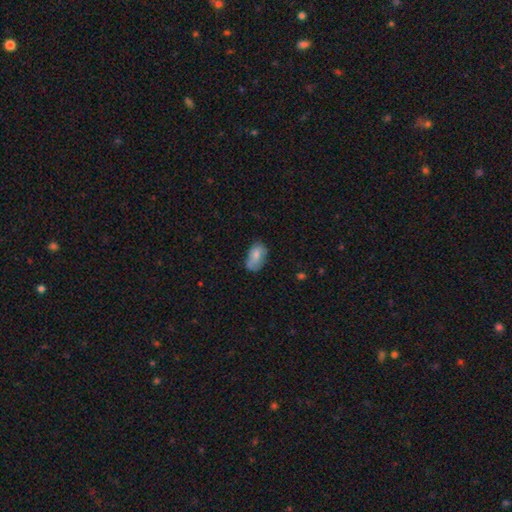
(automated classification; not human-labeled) A smooth galaxy with no disk features (75%) that is in between round and cigar-shaped (91%).

Vote fractions:
- Smooth or featured? smooth: 75% / featured or disk: 17% / star or artifact: 7%
- How rounded? in between: 91% / round: 8% / cigar-shaped: 2%
- Merging? none: 53% / minor disturbance: 34% / major disturbance: 11% / merger: 2%